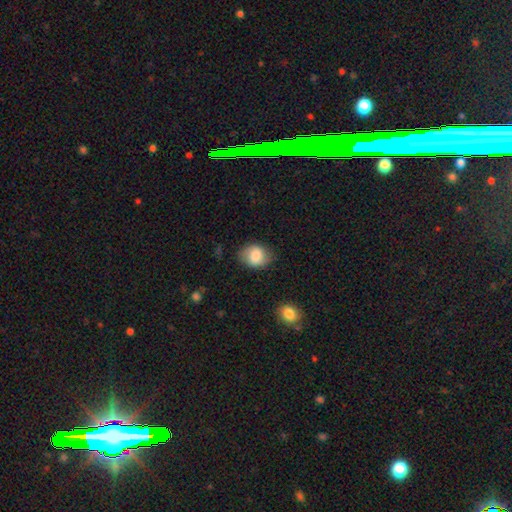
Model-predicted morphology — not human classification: This appears to be a smooth galaxy with no disk features (76%) that is in between round and cigar-shaped (57%). Merging: none (73%).